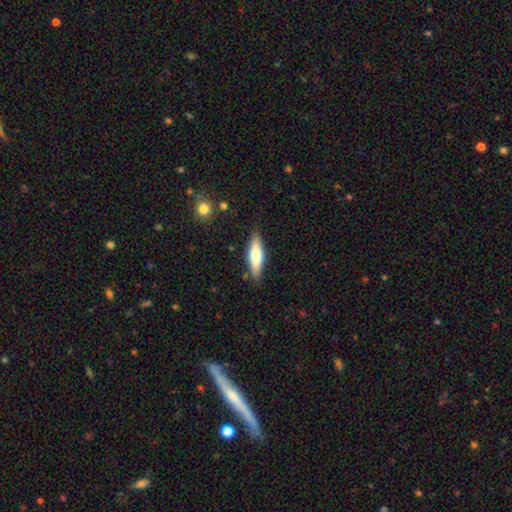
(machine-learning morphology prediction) smooth 64%, featured or disk 31%, star or artifact 6%. Down the decision tree: how rounded — cigar-shaped (60%); merging — none (84%).